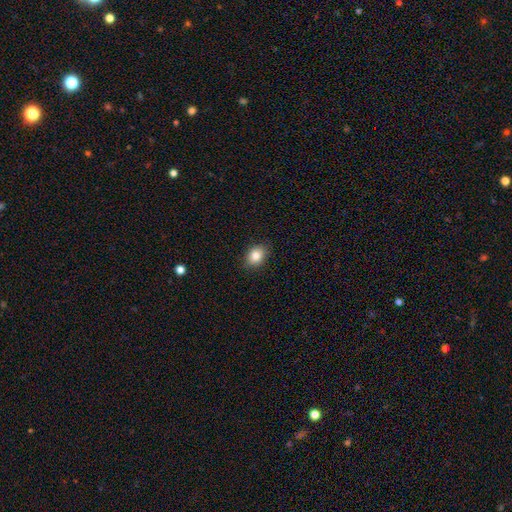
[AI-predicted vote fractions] smooth 83%, star or artifact 9%, featured or disk 7%. Down the decision tree: how rounded — in between (59%); merging — none (88%).